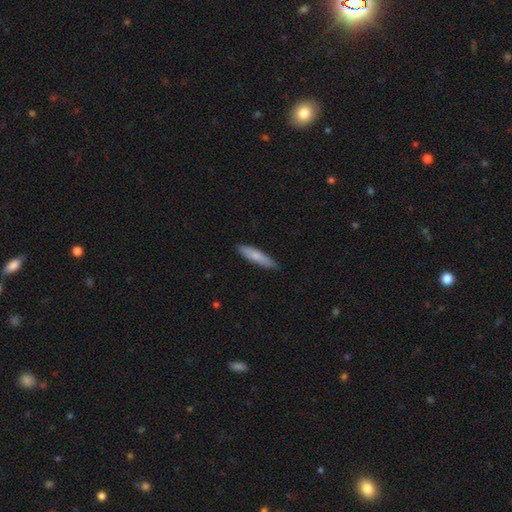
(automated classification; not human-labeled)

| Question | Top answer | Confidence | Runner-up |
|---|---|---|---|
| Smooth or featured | smooth | 79% | featured or disk (16%) |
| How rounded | cigar-shaped | 81% | in between (18%) |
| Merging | none | 84% | minor disturbance (13%) |